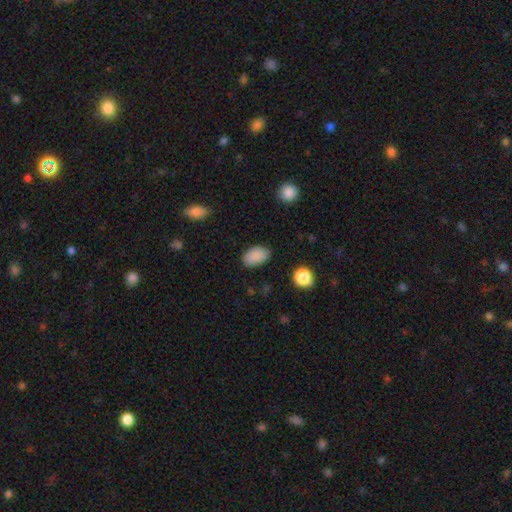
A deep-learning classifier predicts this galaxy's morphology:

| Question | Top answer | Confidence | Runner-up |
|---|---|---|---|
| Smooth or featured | smooth | 88% | star or artifact (8%) |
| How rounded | in between | 91% | round (7%) |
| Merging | none | 85% | minor disturbance (11%) |